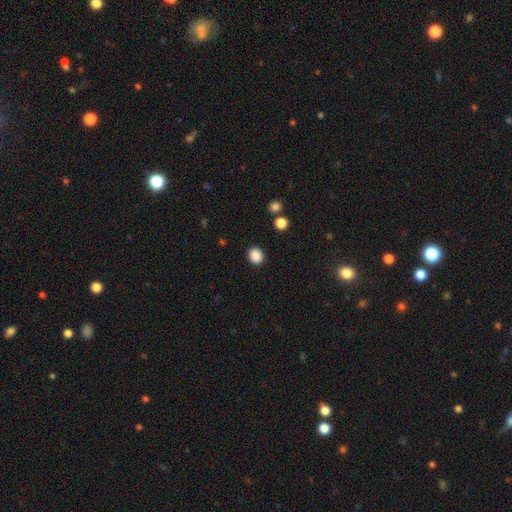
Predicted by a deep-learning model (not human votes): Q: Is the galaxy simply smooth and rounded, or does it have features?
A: smooth — 88%.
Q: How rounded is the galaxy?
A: round — 70%.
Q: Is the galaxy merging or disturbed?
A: none — 89%.